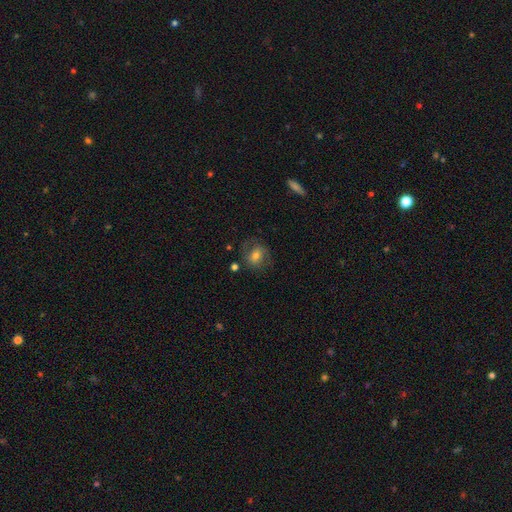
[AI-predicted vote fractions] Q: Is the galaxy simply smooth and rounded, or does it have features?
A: smooth — 49%.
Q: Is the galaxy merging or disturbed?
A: none — 69%.